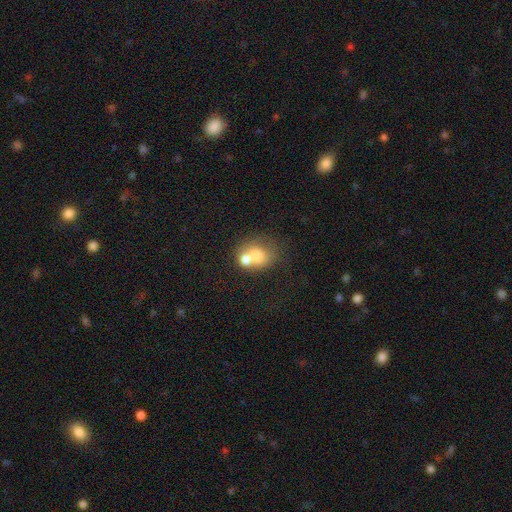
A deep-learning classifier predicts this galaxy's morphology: Q: Smooth or featured?
A: smooth (69%); runner-up: featured or disk (21%)
Q: How rounded?
A: round (62%); runner-up: in between (37%)
Q: Merging?
A: merger (52%); runner-up: none (29%)